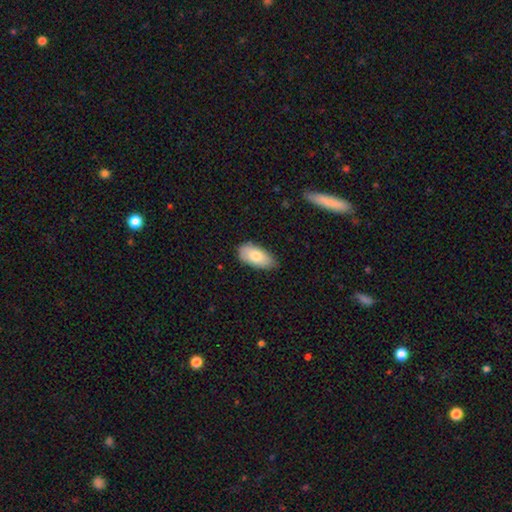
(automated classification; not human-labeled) Smooth or featured?
  - smooth: 77% *
  - featured or disk: 16%
  - star or artifact: 6%
How rounded?
  - in between: 93% *
  - cigar-shaped: 5%
  - round: 3%
Merging?
  - none: 74% *
  - minor disturbance: 21%
  - major disturbance: 3%
  - merger: 1%